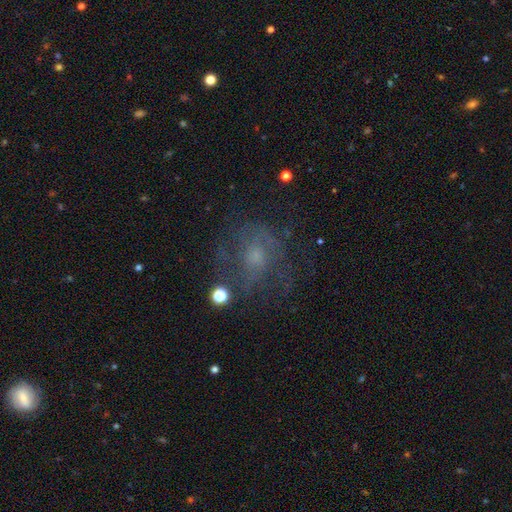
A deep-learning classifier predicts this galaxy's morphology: Smooth or featured? featured or disk (52%)
Edge-on disk? no (97%)
Bar? no (75%)
Spiral arms? yes (59%)
Bulge size? small (44%)
Merging? none (59%)